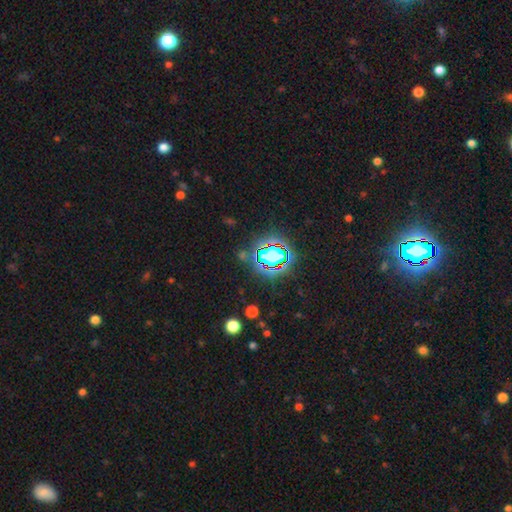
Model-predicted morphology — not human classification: smooth-or-featured: star or artifact: 83% | smooth: 10% | featured or disk: 7%